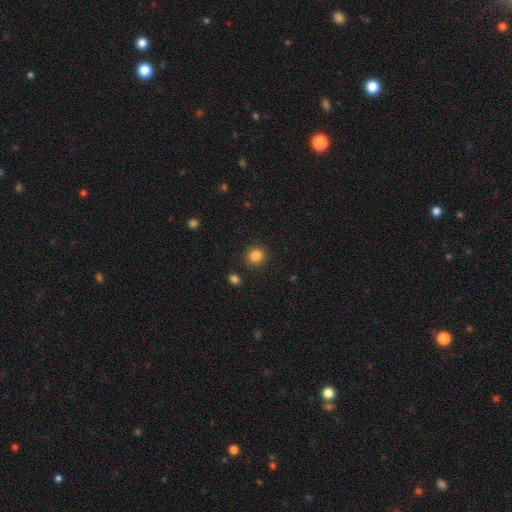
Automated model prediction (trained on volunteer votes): Smooth or featured? smooth (85%)
How rounded? round (90%)
Merging? none (90%)